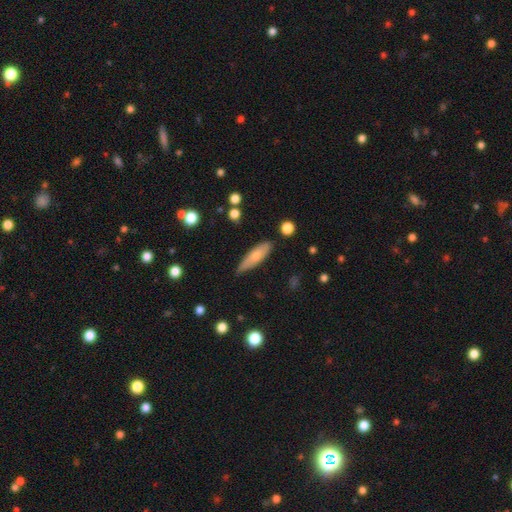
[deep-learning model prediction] This appears to be a smooth galaxy with no disk features (68%) that is cigar-shaped (52%). Merging: none (65%).